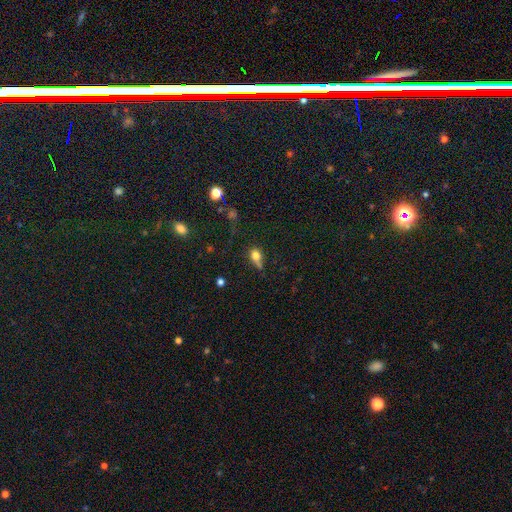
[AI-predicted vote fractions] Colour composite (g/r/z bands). It shows a smooth galaxy with no disk features (72%) that is in between round and cigar-shaped (56%). Merging: none (39%).